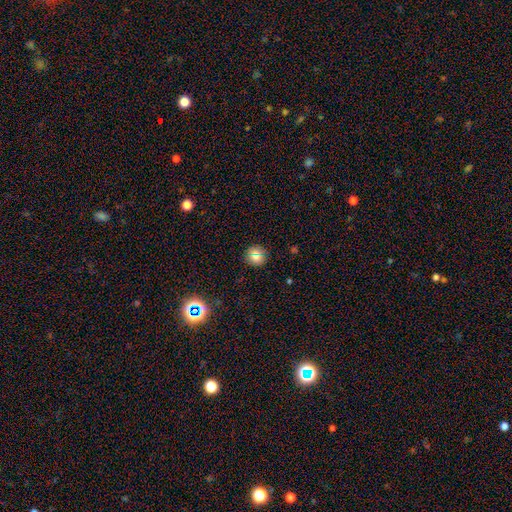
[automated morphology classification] This is likely a smooth galaxy (71%). How rounded: clearly round (91%). Merging: clearly none (87%).